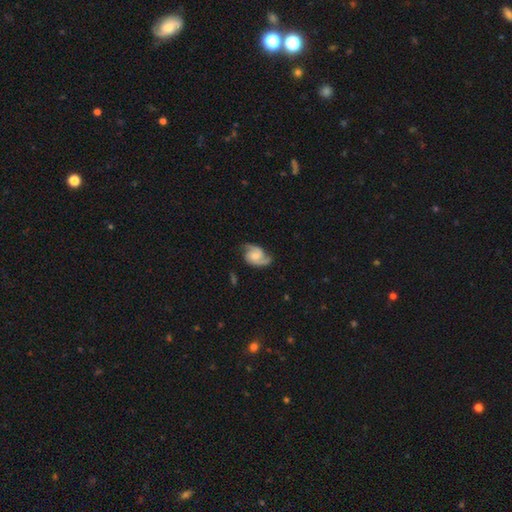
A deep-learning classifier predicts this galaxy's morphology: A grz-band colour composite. It shows a featured or disk galaxy (85%) with no bar (57%), 2 (90%) medium (52%) spiral arms (97%) and a small central bulge (43%). Merging: none (74%).